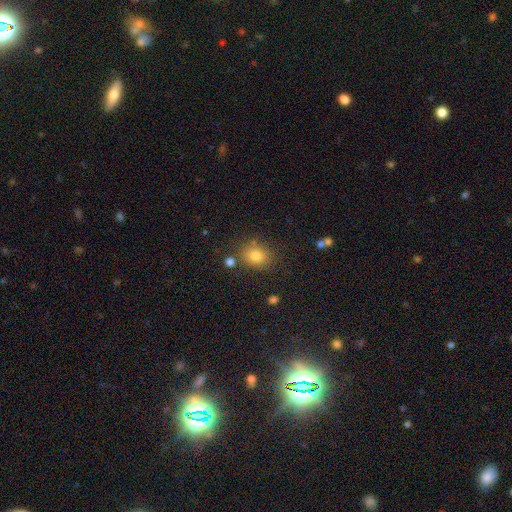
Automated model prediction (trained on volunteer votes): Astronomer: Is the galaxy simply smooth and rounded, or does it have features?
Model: smooth — 80%.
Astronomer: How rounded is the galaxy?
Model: round — 51% (runner-up: in between, 48%).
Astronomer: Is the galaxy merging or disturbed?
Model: none — 77%.